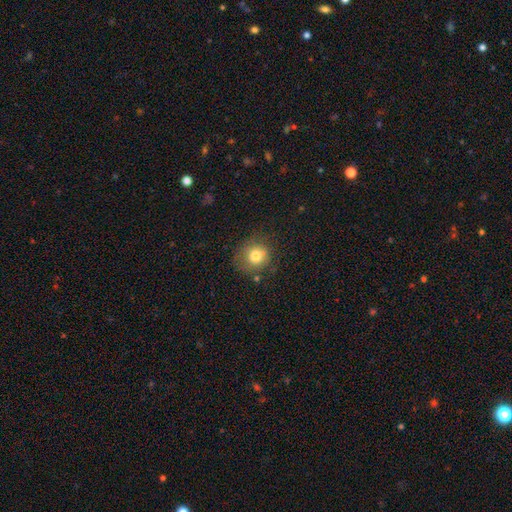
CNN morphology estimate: Smooth or featured? smooth (77%)
How rounded? round (83%)
Merging? none (70%)